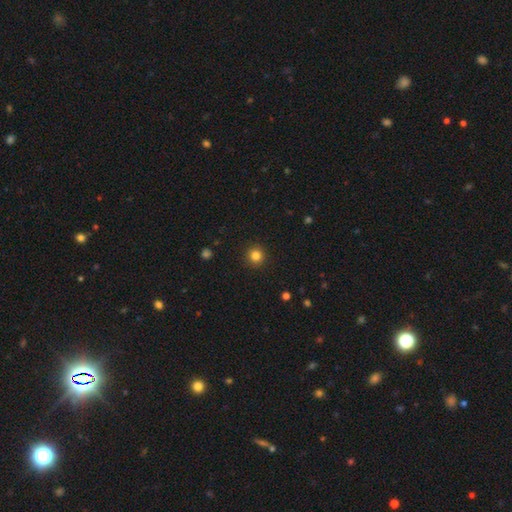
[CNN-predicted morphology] Smooth or featured? Predicted: smooth (p=0.83). How rounded? Predicted: round (p=0.95). Merging? Predicted: none (p=0.92).